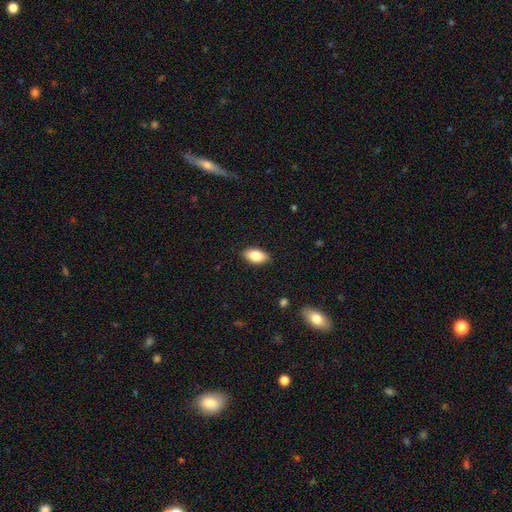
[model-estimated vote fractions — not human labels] This is clearly a smooth galaxy (82%). How rounded: clearly in between (92%). Merging: clearly none (88%).